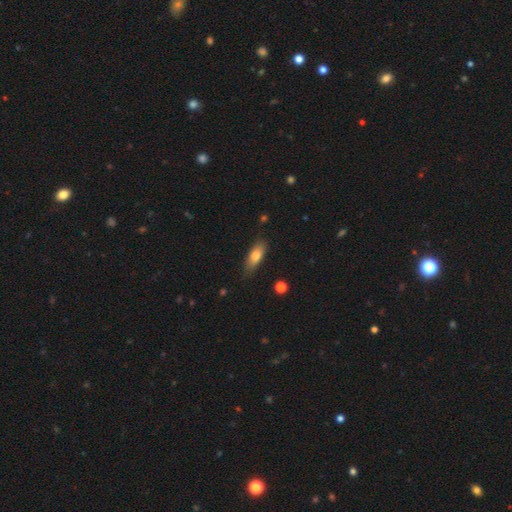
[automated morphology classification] The model was most divided on "how rounded": in between: 67%, cigar-shaped: 30%, round: 3%. More confident: merging — none (77%); smooth or featured — smooth (76%).